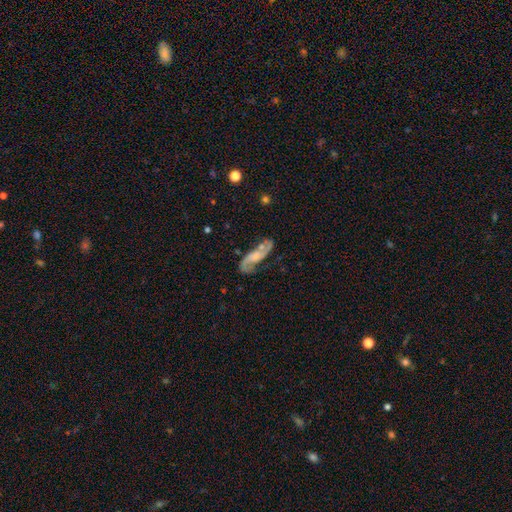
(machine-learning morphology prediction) A featured or disk galaxy (78%) with no bar (52%), 2 (88%) loose (47%) spiral arms (94%) and a small central bulge (34%).

Vote fractions:
- Smooth or featured? featured or disk: 78% / smooth: 16% / star or artifact: 6%
- Edge-on disk? no: 89% / yes: 11%
- Bar? no: 52% / weak: 36% / strong: 12%
- Spiral arms? yes: 94% / no: 6%
- Spiral winding? loose: 47% / medium: 39% / tight: 13%
- Spiral arm count? 2: 88% / can't tell: 5% / 1: 4% / 3: 1% / 4: 1% / more than 4: 1%
- Bulge size? small: 34% / moderate: 31% / none: 25% / large: 8% / dominant: 2%
- Merging? none: 67% / minor disturbance: 19% / major disturbance: 9% / merger: 5%